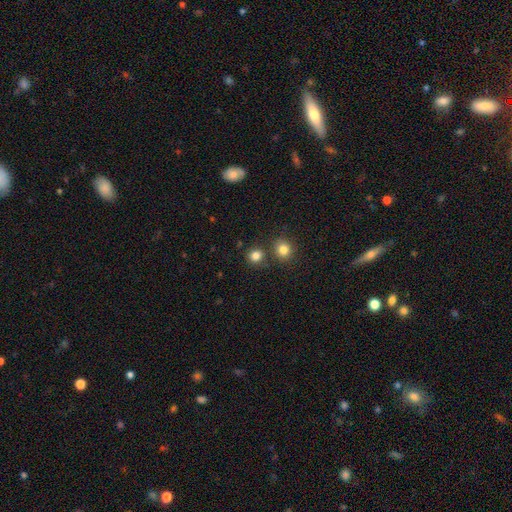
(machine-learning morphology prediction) Q: Smooth or featured?
A: smooth (82%); runner-up: star or artifact (13%)
Q: How rounded?
A: round (87%); runner-up: in between (12%)
Q: Merging?
A: none (77%); runner-up: merger (13%)